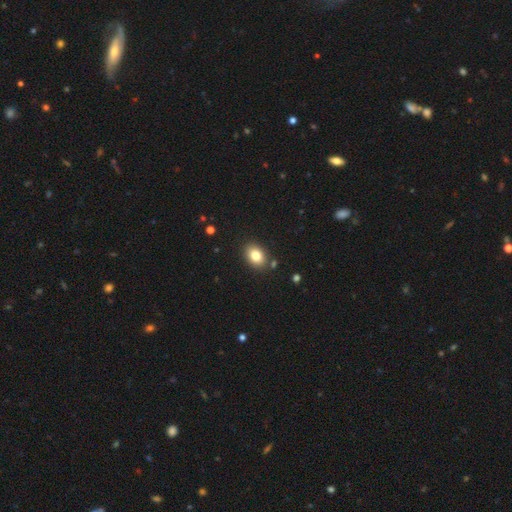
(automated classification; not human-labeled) Smooth or featured?
  - smooth: 81% *
  - star or artifact: 10%
  - featured or disk: 9%
How rounded?
  - in between: 71% *
  - round: 28%
  - cigar-shaped: 1%
Merging?
  - none: 85% *
  - minor disturbance: 9%
  - merger: 3%
  - major disturbance: 2%